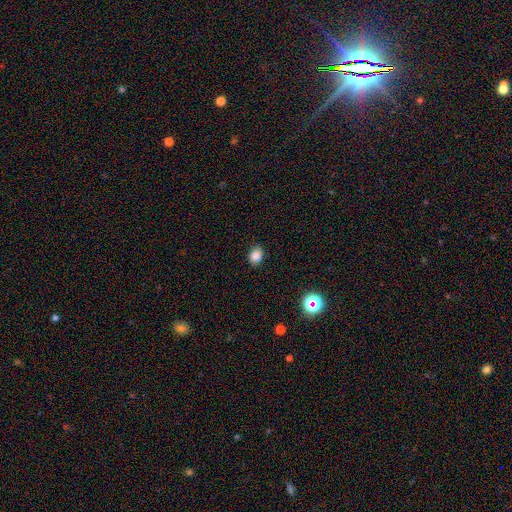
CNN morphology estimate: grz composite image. It shows a smooth galaxy with no disk features (84%) that is in between round and cigar-shaped (59%). Merging: none (87%).